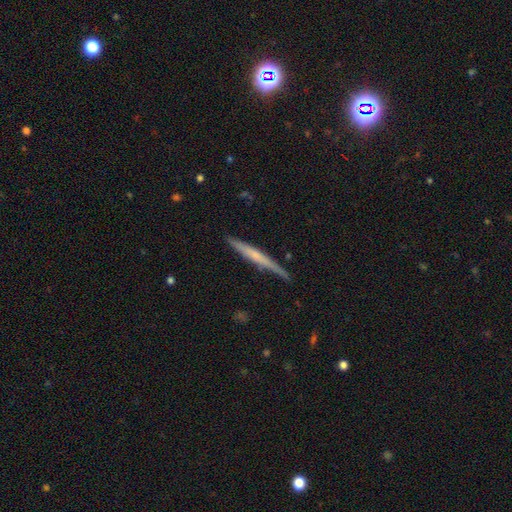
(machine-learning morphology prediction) A featured or disk galaxy (53%) viewed edge-on (96%) with no central bulge (65%).

Vote fractions:
- Smooth or featured? featured or disk: 53% / smooth: 41% / star or artifact: 6%
- Edge-on disk? yes: 96% / no: 4%
- Edge-on bulge? none: 65% / rounded: 25% / boxy: 9%
- Merging? none: 82% / minor disturbance: 14% / major disturbance: 2% / merger: 2%